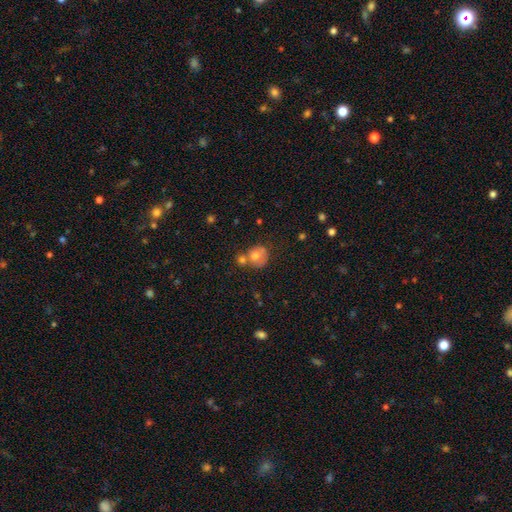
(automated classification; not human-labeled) Smooth or featured? smooth (70%)
How rounded? round (72%)
Merging? none (41%)